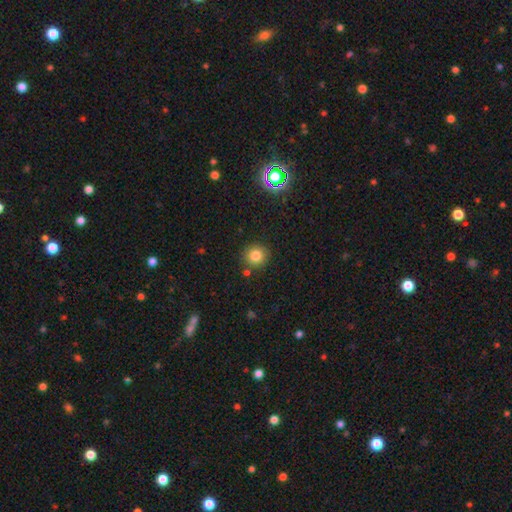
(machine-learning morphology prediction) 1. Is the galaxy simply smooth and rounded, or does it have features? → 80% smooth, 13% star or artifact, 7% featured or disk.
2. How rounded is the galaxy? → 92% round, 7% in between, 1% cigar-shaped.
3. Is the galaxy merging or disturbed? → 85% none, 8% minor disturbance, 5% merger, 2% major disturbance.